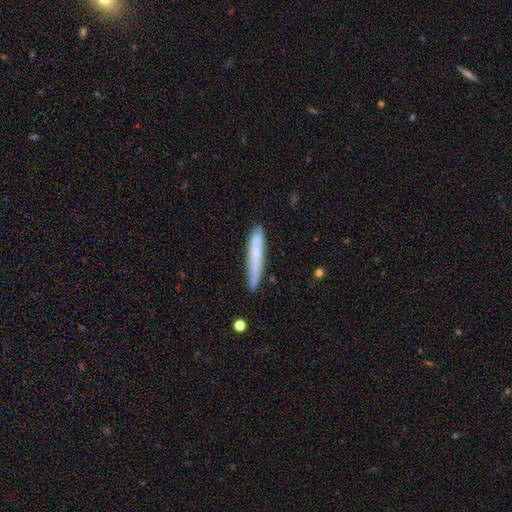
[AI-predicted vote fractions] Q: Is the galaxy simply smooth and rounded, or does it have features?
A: smooth — 65%.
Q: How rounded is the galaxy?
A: cigar-shaped — 95%.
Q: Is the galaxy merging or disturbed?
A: none — 75%.